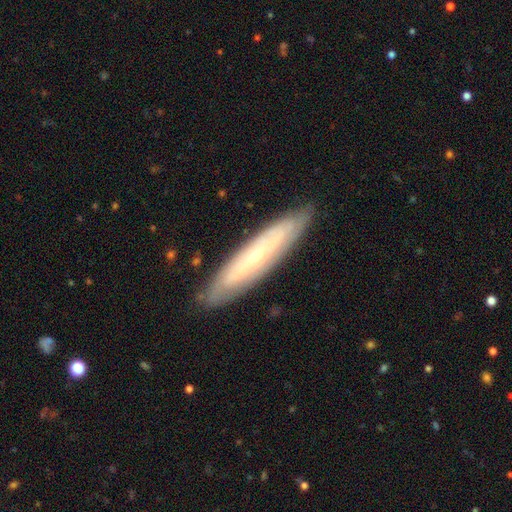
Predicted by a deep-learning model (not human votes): Morphology: type=featured or disk (64%); edge-on=yes (50%, tied with no); merging=none (86%).